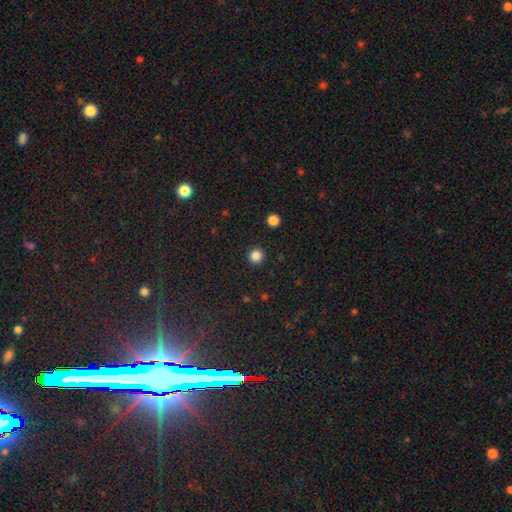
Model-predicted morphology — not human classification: This is clearly a smooth galaxy (85%). How rounded: clearly round (95%). Merging: clearly none (93%).